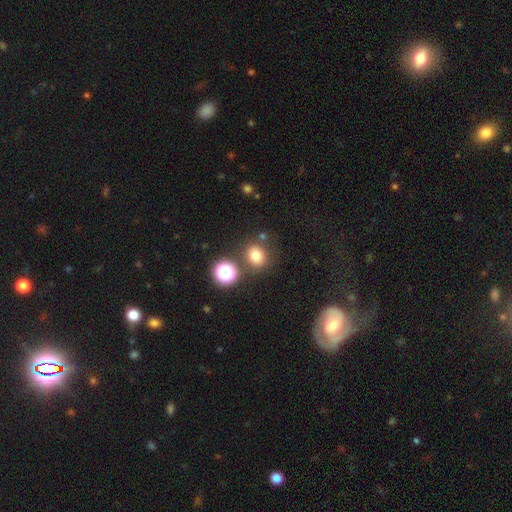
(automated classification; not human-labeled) Smooth or featured? Predicted: smooth (p=0.76). How rounded? Predicted: round (p=0.75). Merging? Predicted: none (p=0.76).